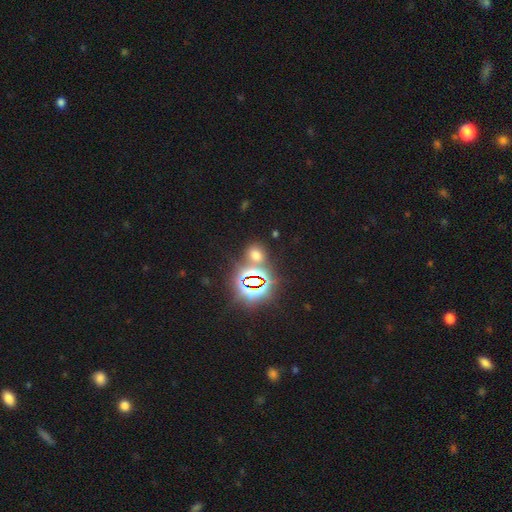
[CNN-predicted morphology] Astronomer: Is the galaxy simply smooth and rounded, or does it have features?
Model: smooth — 47% (runner-up: star or artifact, 46%).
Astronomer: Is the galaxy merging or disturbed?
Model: none — 73%.